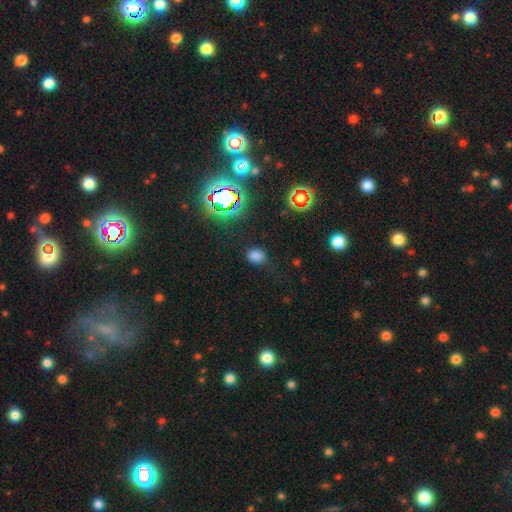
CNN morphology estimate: This appears to be a smooth galaxy with no disk features (72%) that is in between round and cigar-shaped (57%). Merging: none (81%).